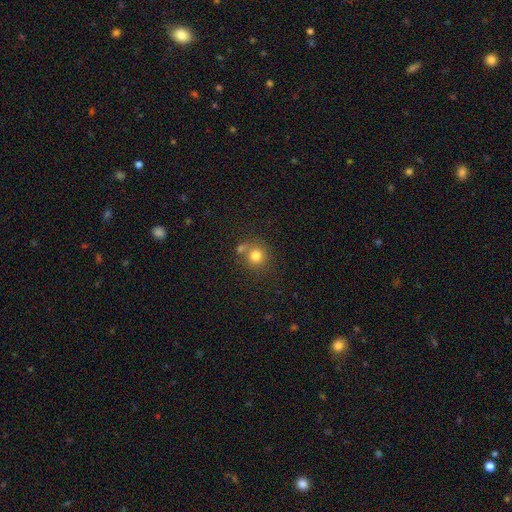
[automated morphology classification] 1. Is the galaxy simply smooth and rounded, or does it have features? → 79% smooth, 12% star or artifact, 8% featured or disk.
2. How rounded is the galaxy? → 88% round, 11% in between, 1% cigar-shaped.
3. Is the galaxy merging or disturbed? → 61% none, 23% merger, 12% minor disturbance, 4% major disturbance.